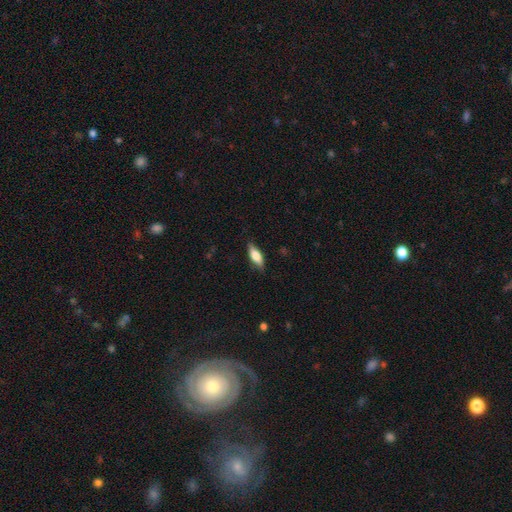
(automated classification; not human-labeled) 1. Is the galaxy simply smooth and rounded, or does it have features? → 71% smooth, 23% featured or disk, 6% star or artifact.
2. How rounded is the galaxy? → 65% in between, 33% cigar-shaped, 2% round.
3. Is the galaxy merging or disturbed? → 81% none, 15% minor disturbance, 3% major disturbance, 1% merger.